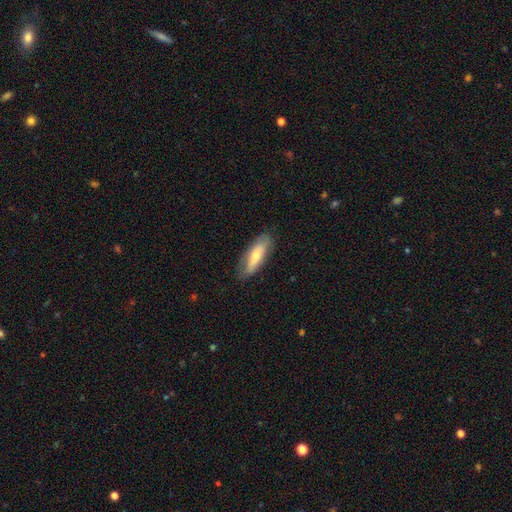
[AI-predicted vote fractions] Smooth or featured? Predicted: smooth (p=0.62). How rounded? Predicted: in between (p=0.52). Merging? Predicted: none (p=0.78).